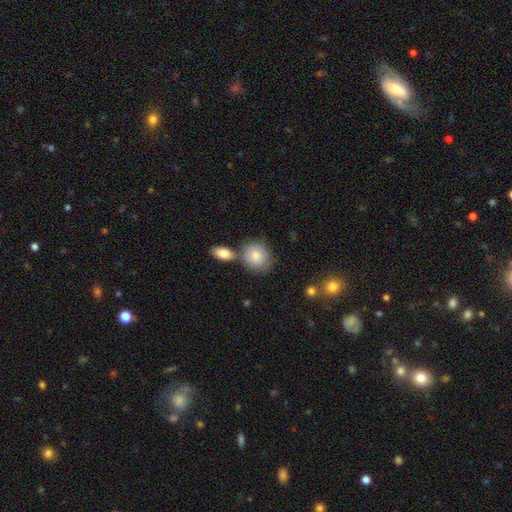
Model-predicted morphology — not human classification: Smooth or featured? Predicted: smooth (p=0.84). How rounded? Predicted: round (p=0.73). Merging? Predicted: none (p=0.63).